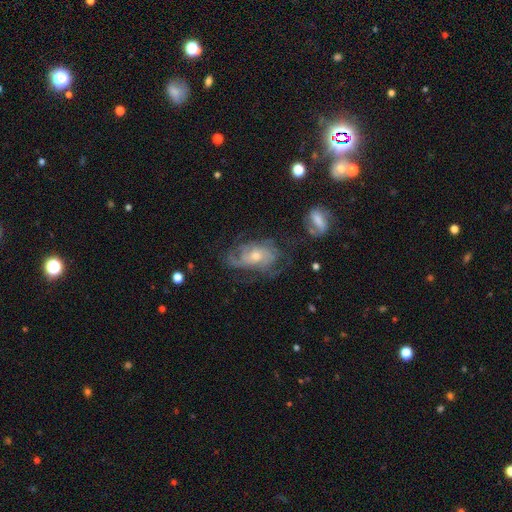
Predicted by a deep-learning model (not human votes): Morphology: type=featured or disk (75%); edge-on=no (95%); bar=no (73%); spiral arms=yes (84%); winding=tight (43%); arm count=can't tell (45%); bulge=moderate (52%); merging=none (53%).